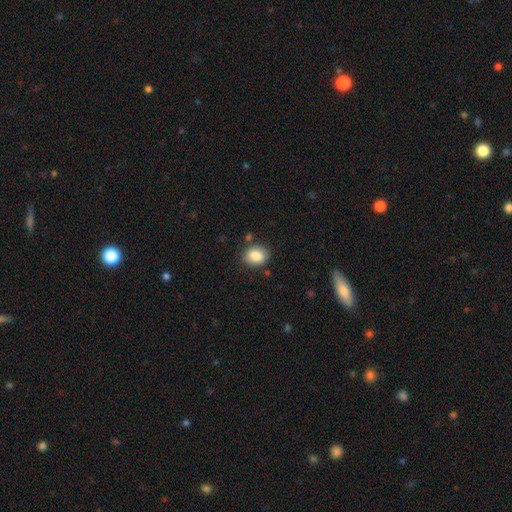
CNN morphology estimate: Overall: smooth (85%). How rounded: in between (59%; round 40%). Merging: none (80%).